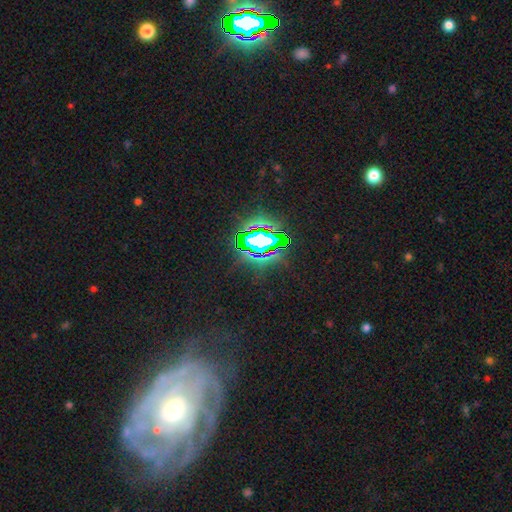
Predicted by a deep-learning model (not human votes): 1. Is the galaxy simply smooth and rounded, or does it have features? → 57% featured or disk, 29% star or artifact, 15% smooth.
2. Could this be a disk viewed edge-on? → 88% no, 12% yes.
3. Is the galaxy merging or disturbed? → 74% none, 14% minor disturbance, 8% major disturbance, 4% merger.